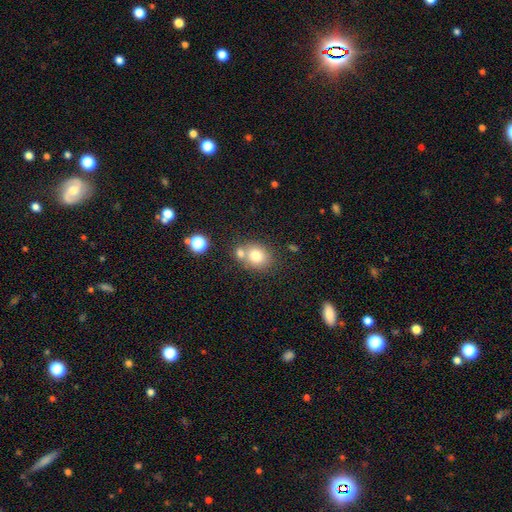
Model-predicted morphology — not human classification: Q: Smooth or featured?
A: smooth (78%); runner-up: featured or disk (12%)
Q: How rounded?
A: round (64%); runner-up: in between (35%)
Q: Merging?
A: none (54%); runner-up: merger (31%)